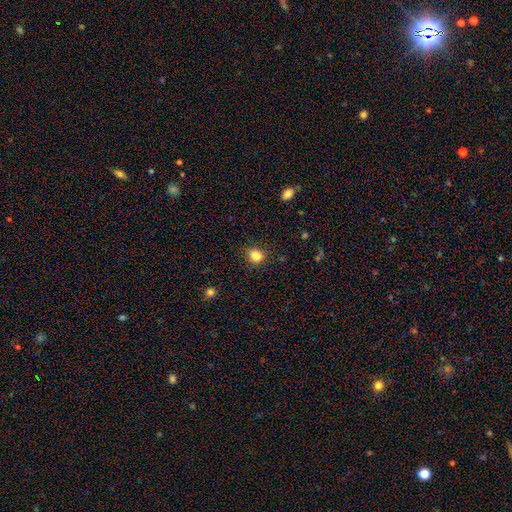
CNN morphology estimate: The model was most divided on "how rounded": round: 61%, in between: 38%, cigar-shaped: 1%. More confident: merging — none (85%); smooth or featured — smooth (85%).